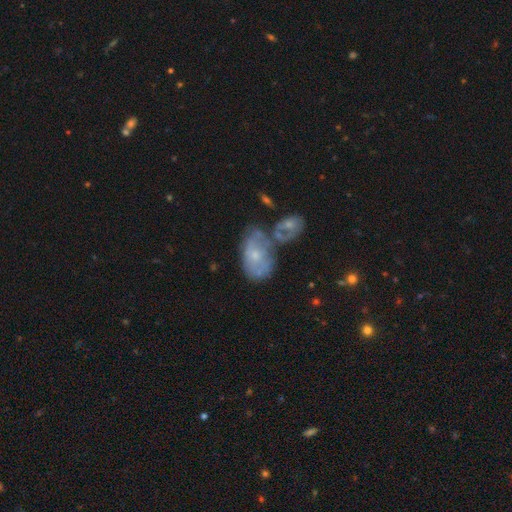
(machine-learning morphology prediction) This is possibly a featured or disk galaxy (49%). Merging: marginally merger (35%).